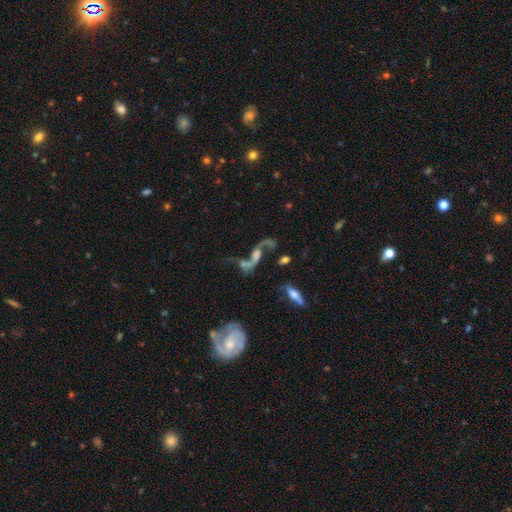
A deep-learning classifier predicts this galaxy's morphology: The model was most divided on "bulge size": moderate: 32%, small: 30%, none: 23%, large: 12%, dominant: 3%. Remaining: spiral arms — yes (90%); spiral arm count — 2 (89%); edge-on disk — no (89%); spiral winding — loose (84%); smooth or featured — featured or disk (79%); bar — no (53%); merging — none (41%).